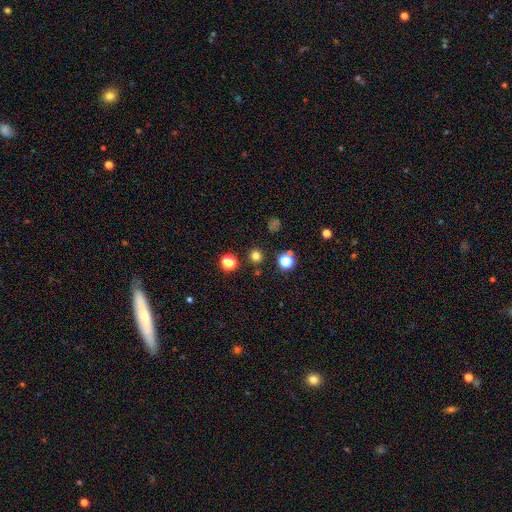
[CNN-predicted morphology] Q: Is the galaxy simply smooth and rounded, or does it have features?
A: smooth — 76%.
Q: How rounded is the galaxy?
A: round — 94%.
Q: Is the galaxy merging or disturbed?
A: none — 88%.